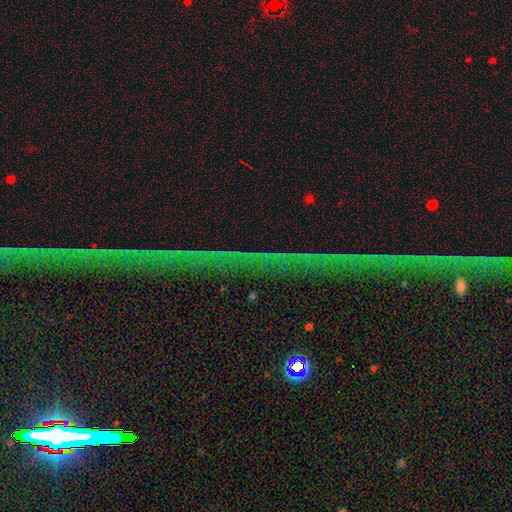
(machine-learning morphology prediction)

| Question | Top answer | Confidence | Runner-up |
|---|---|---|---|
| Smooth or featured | star or artifact | 77% | featured or disk (12%) |